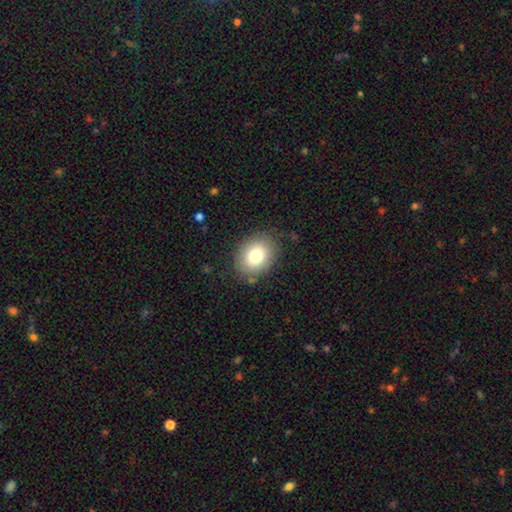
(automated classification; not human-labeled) smooth_or_featured: smooth (p=0.79) [alt: featured or disk p=0.11]
how_rounded: in between (p=0.56) [alt: round p=0.44]
merging: none (p=0.82) [alt: minor disturbance p=0.13]